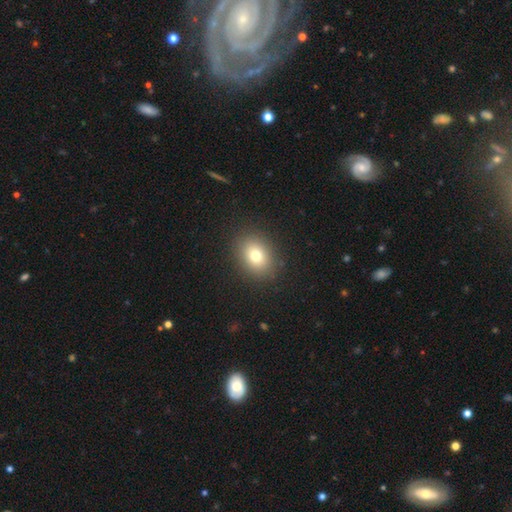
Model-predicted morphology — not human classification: smooth_or_featured: smooth (p=0.76) [alt: star or artifact p=0.13]
how_rounded: in between (p=0.51) [alt: round p=0.48]
merging: none (p=0.89) [alt: minor disturbance p=0.07]